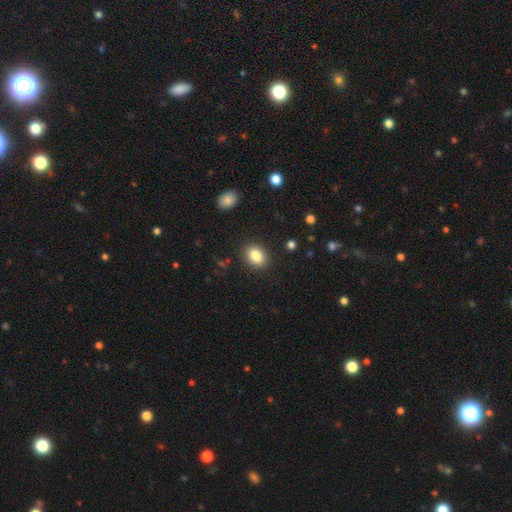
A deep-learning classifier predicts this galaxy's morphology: Smooth or featured: smooth — 85% (star or artifact — 9%)
How rounded: in between — 62% (round — 37%)
Merging: none — 88% (minor disturbance — 8%)